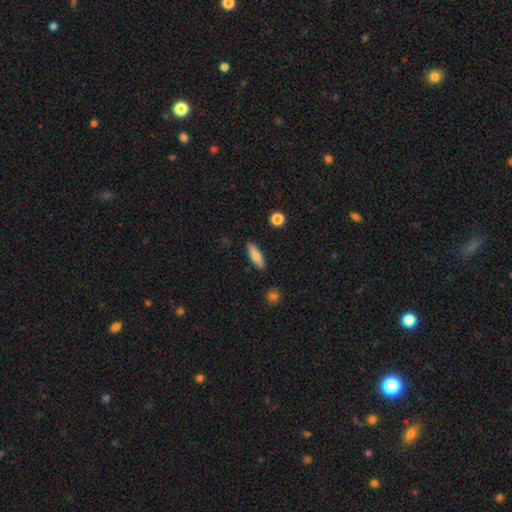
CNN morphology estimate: smooth_or_featured: smooth (p=0.78) [alt: featured or disk p=0.16]
how_rounded: cigar-shaped (p=0.61) [alt: in between p=0.37]
merging: none (p=0.88) [alt: minor disturbance p=0.09]